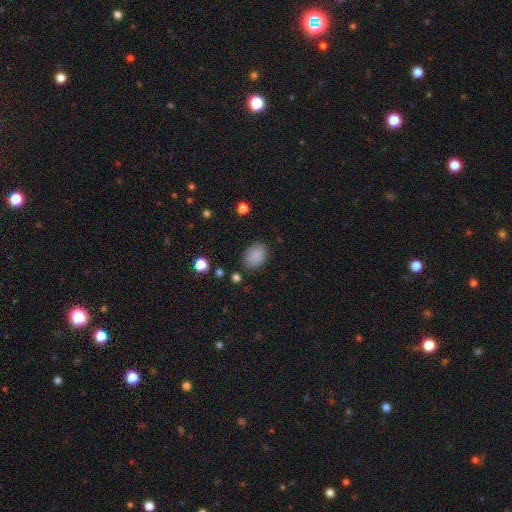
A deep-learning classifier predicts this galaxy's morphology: Smooth or featured? Predicted: smooth (p=0.87). How rounded? Predicted: in between (p=0.72). Merging? Predicted: none (p=0.81).